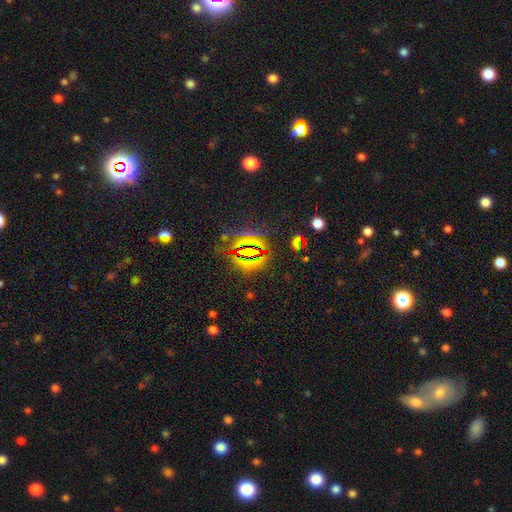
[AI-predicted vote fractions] Q: Smooth or featured?
A: star or artifact (75%); runner-up: smooth (15%)